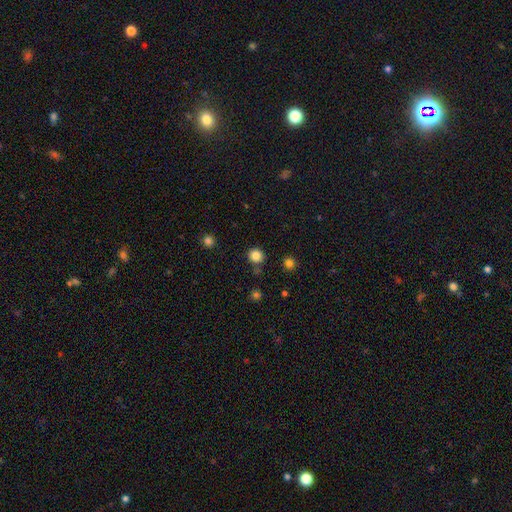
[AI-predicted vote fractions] A smooth galaxy with no disk features (83%) that is round (90%).

Vote fractions:
- Smooth or featured? smooth: 83% / star or artifact: 13% / featured or disk: 4%
- How rounded? round: 90% / in between: 9% / cigar-shaped: 1%
- Merging? none: 84% / minor disturbance: 9% / merger: 5% / major disturbance: 3%